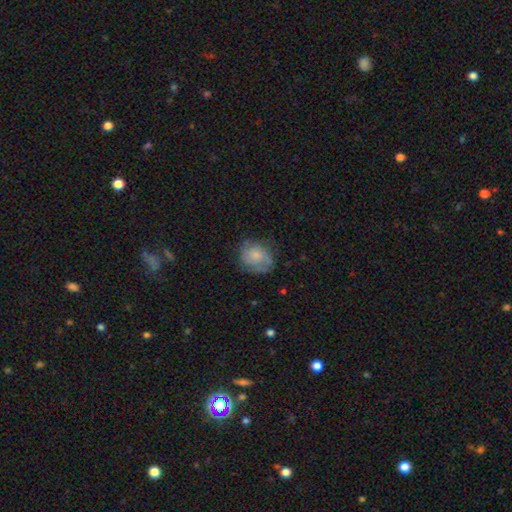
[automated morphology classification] Smooth or featured? smooth (56%)
How rounded? round (64%)
Merging? none (63%)